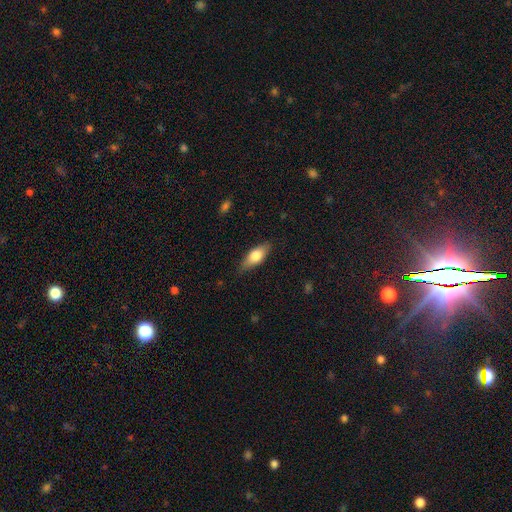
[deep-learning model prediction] The model was most divided on "smooth or featured": smooth: 70%, featured or disk: 23%, star or artifact: 6%. More confident: merging — none (82%); how rounded — in between (77%).